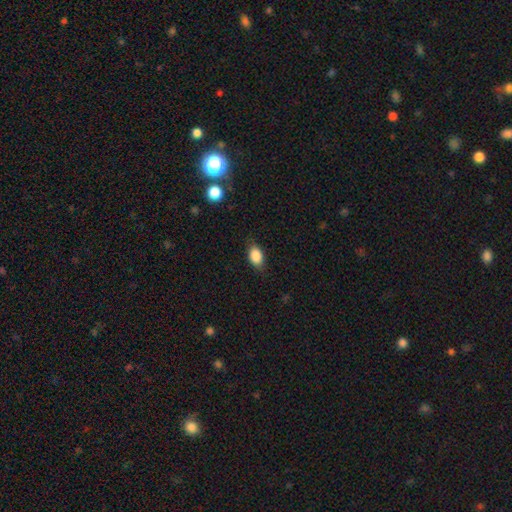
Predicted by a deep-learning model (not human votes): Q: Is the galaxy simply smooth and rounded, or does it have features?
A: smooth — 86%.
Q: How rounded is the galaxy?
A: in between — 87%.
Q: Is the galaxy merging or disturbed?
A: none — 81%.